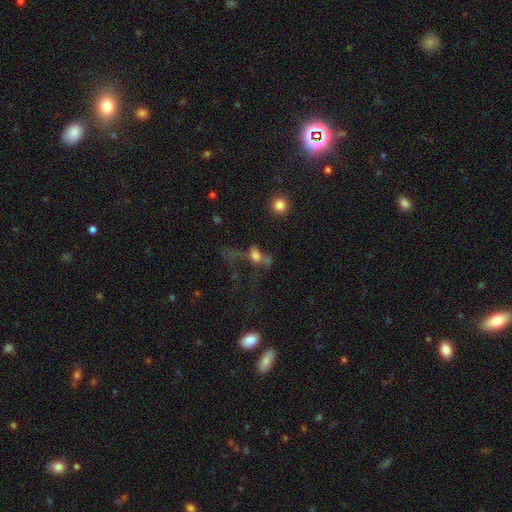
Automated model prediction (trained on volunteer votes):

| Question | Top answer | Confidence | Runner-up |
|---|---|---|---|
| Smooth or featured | smooth | 49% | featured or disk (29%) |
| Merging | major disturbance | 44% | none (26%) |